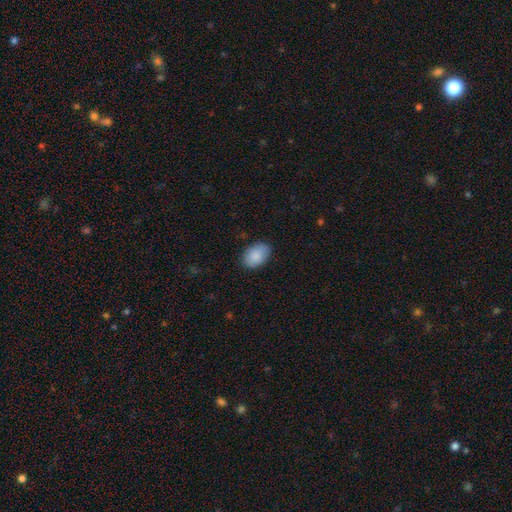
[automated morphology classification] The model was most divided on "how rounded": in between: 86%, round: 13%, cigar-shaped: 1%. More confident: smooth or featured — smooth (88%); merging — none (85%).